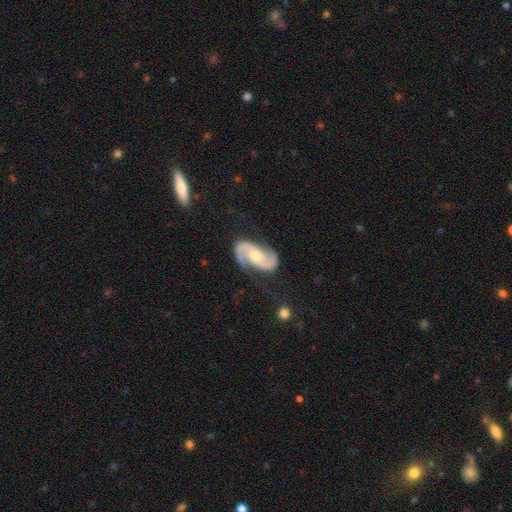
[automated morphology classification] Smooth or featured? Predicted: featured or disk (p=0.90). Edge-on disk? Predicted: no (p=0.97). Bar? Predicted: no (p=0.56). Spiral arms? Predicted: yes (p=0.98). Spiral winding? Predicted: medium (p=0.52). Spiral arm count? Predicted: 2 (p=0.94). Bulge size? Predicted: moderate (p=0.62). Merging? Predicted: none (p=0.79).